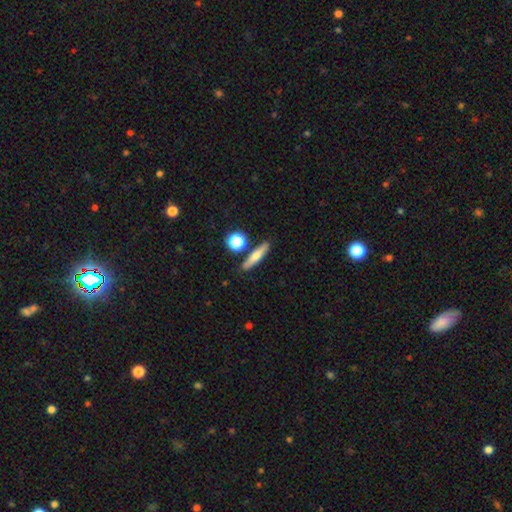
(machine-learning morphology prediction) This appears to be a smooth galaxy with no disk features (63%) that is cigar-shaped (75%). Merging: none (82%).